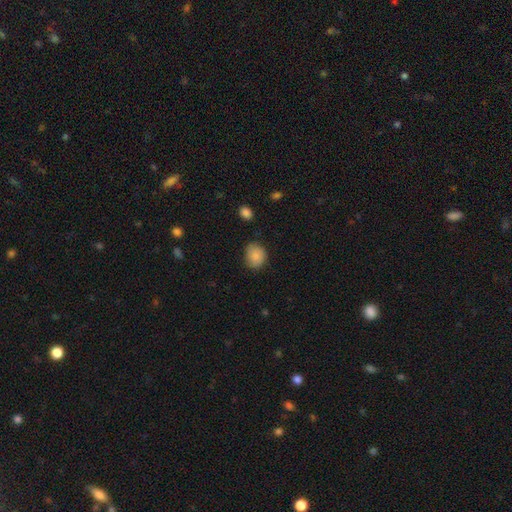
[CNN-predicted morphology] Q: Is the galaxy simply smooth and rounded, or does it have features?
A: smooth — 87%.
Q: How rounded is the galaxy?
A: round — 64%.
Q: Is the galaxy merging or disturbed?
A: none — 74%.